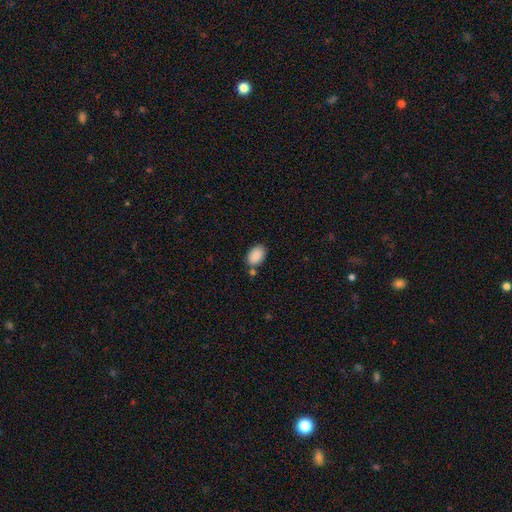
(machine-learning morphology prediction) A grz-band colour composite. It shows a smooth galaxy with no disk features (89%) that is in between round and cigar-shaped (89%). Merging: none (72%).